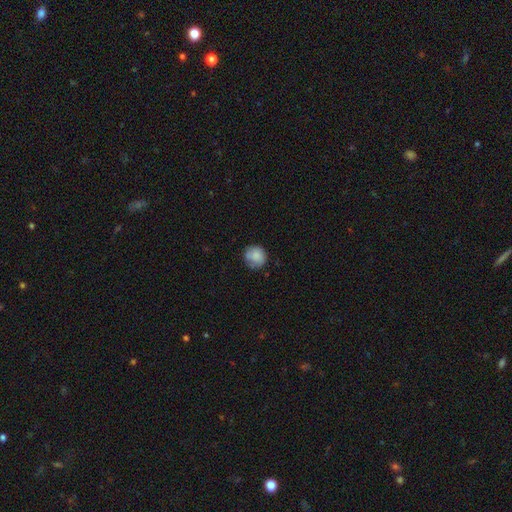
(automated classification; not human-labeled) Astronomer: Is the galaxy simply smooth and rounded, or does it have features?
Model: smooth — 79%.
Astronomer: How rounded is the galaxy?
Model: round — 87%.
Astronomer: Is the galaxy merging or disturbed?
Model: none — 71%.